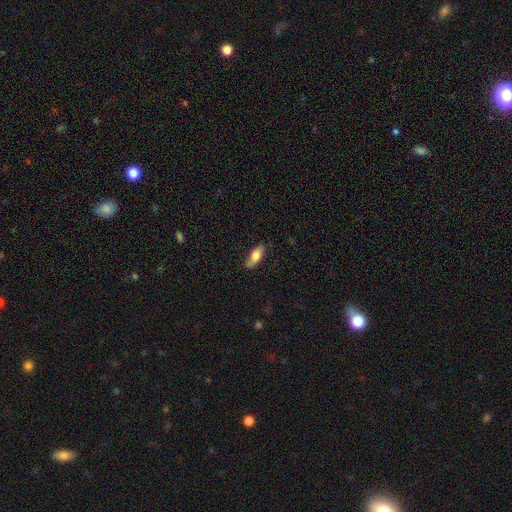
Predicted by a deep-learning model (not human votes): Smooth or featured?
  - smooth: 72% *
  - featured or disk: 22%
  - star or artifact: 6%
How rounded?
  - in between: 73% *
  - cigar-shaped: 25%
  - round: 2%
Merging?
  - none: 79% *
  - minor disturbance: 16%
  - major disturbance: 3%
  - merger: 1%